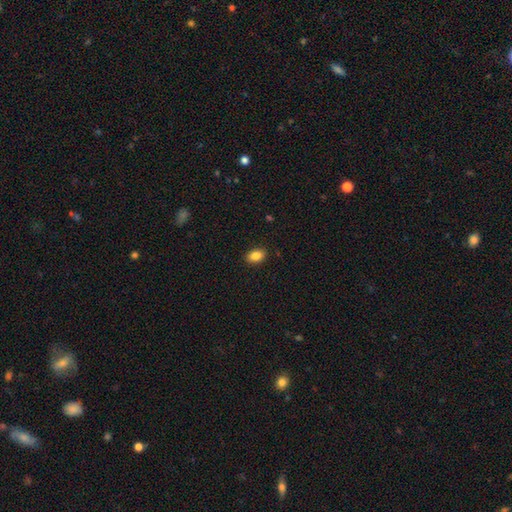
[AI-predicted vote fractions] Smooth or featured? smooth (86%)
How rounded? in between (81%)
Merging? none (89%)